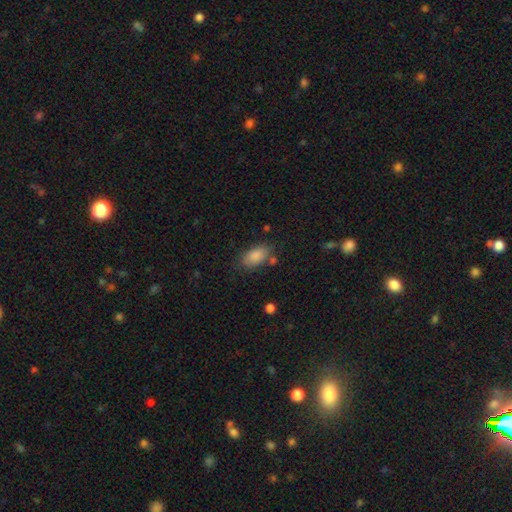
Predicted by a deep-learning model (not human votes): Q: Smooth or featured?
A: smooth (87%); runner-up: star or artifact (8%)
Q: How rounded?
A: in between (92%); runner-up: round (5%)
Q: Merging?
A: none (73%); runner-up: minor disturbance (16%)